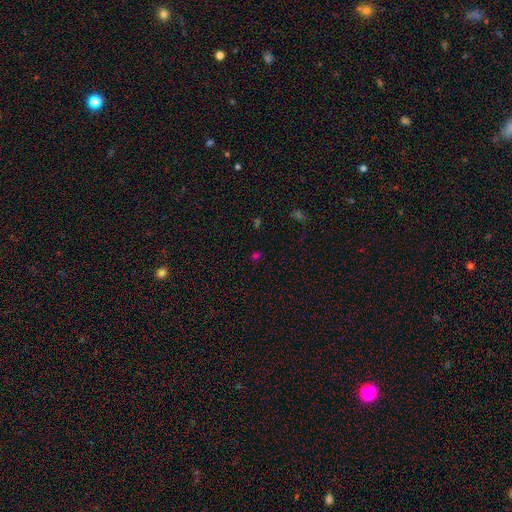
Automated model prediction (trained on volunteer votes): Smooth or featured? smooth (50%)
How rounded? round (57%)
Merging? none (78%)